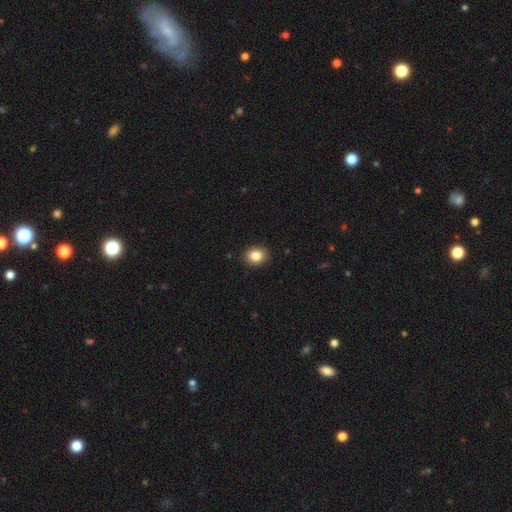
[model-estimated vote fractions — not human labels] Q: Smooth or featured?
A: smooth (84%); runner-up: star or artifact (9%)
Q: How rounded?
A: round (56%); runner-up: in between (43%)
Q: Merging?
A: none (90%); runner-up: minor disturbance (7%)